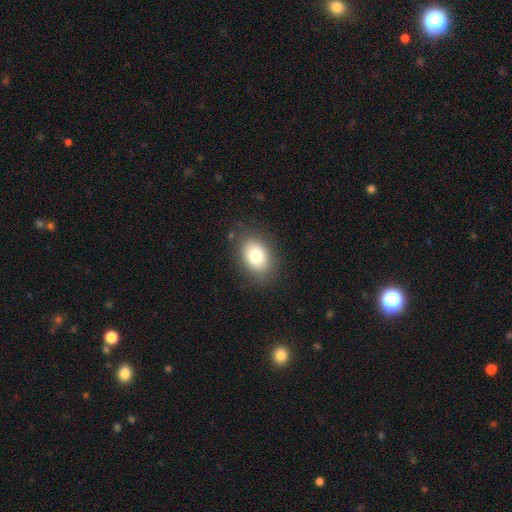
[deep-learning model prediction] Smooth or featured?
  - smooth: 79% *
  - featured or disk: 12%
  - star or artifact: 9%
How rounded?
  - in between: 76% *
  - round: 23%
  - cigar-shaped: 1%
Merging?
  - none: 83% *
  - minor disturbance: 12%
  - major disturbance: 4%
  - merger: 1%